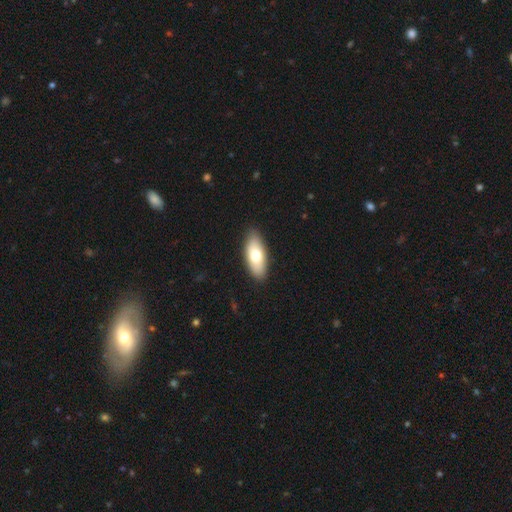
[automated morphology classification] smooth-or-featured: smooth: 69% | featured or disk: 26% | star or artifact: 6%
  how-rounded: in between: 85% | cigar-shaped: 13% | round: 3%
  merging: none: 87% | minor disturbance: 10% | major disturbance: 2% | merger: 1%